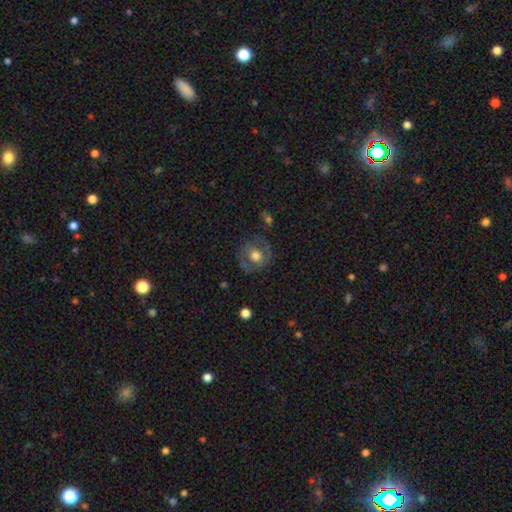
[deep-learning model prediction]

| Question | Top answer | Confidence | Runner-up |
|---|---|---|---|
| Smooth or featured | smooth | 50% | featured or disk (42%) |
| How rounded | round | 88% | in between (11%) |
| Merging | none | 76% | minor disturbance (15%) |